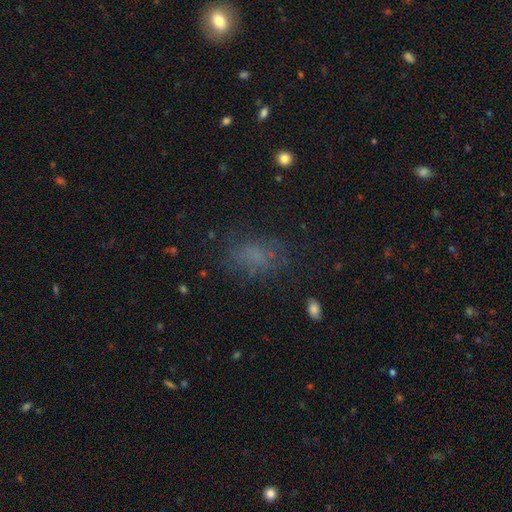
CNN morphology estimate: Q: Smooth or featured?
A: smooth (65%); runner-up: star or artifact (20%)
Q: How rounded?
A: in between (80%); runner-up: round (17%)
Q: Merging?
A: none (66%); runner-up: minor disturbance (18%)